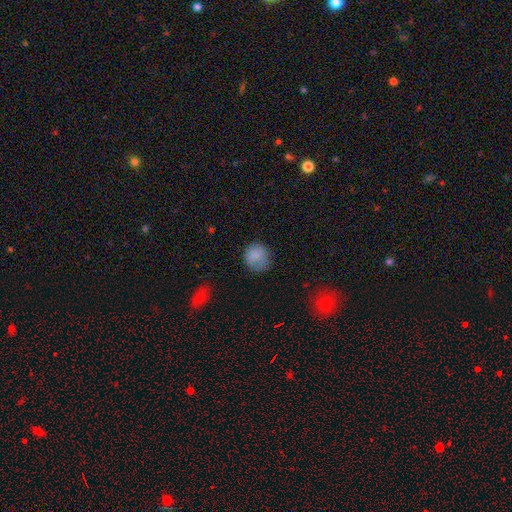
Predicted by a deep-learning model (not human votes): Smooth or featured? smooth (85%)
How rounded? round (87%)
Merging? none (75%)